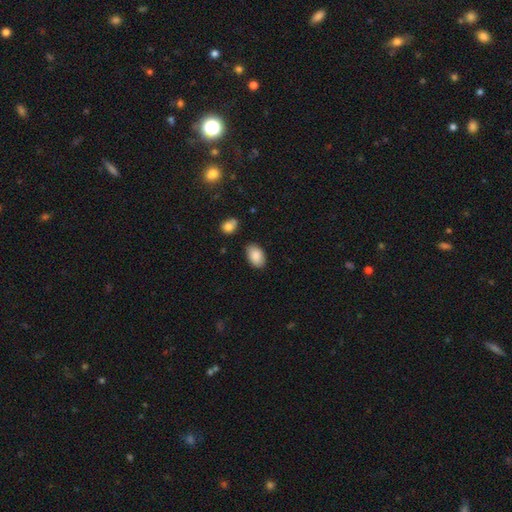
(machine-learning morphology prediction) Smooth or featured? Predicted: smooth (p=0.87). How rounded? Predicted: in between (p=0.91). Merging? Predicted: none (p=0.84).